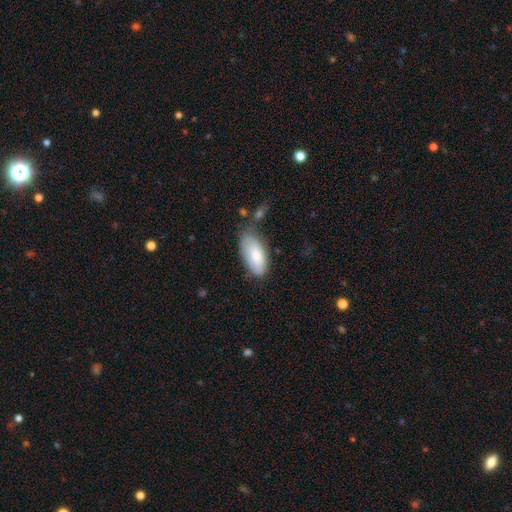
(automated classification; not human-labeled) smooth-or-featured: smooth: 78% | featured or disk: 16% | star or artifact: 6%
  how-rounded: in between: 91% | cigar-shaped: 6% | round: 2%
  merging: none: 60% | minor disturbance: 26% | major disturbance: 8% | merger: 6%